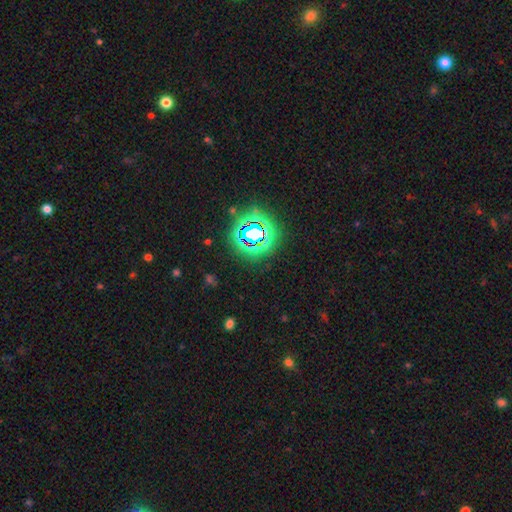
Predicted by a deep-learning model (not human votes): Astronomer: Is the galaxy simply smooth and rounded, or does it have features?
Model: star or artifact — 77%.